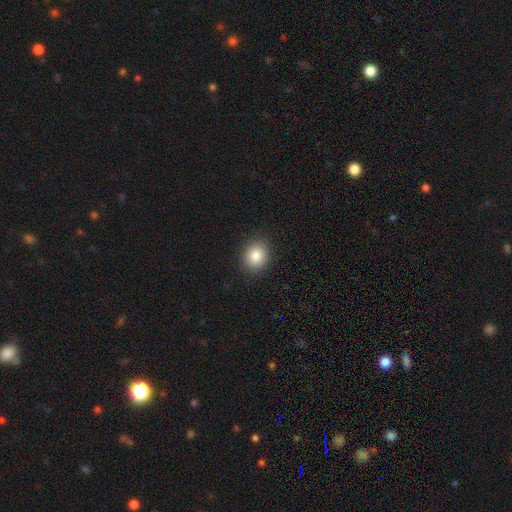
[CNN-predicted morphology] The model was most divided on "how rounded": round: 63%, in between: 36%, cigar-shaped: 1%. More confident: merging — none (89%); smooth or featured — smooth (85%).